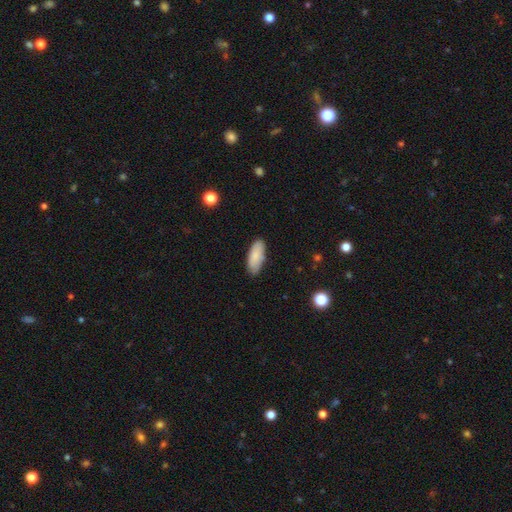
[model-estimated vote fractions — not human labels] Smooth or featured? smooth (85%)
How rounded? in between (81%)
Merging? none (83%)